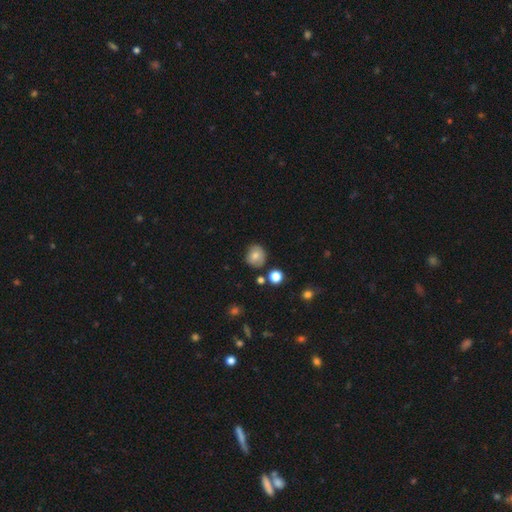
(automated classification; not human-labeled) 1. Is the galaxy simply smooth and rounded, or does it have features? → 79% smooth, 11% featured or disk, 10% star or artifact.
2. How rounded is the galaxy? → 83% round, 16% in between, 1% cigar-shaped.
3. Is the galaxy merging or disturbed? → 80% none, 14% minor disturbance, 4% merger, 3% major disturbance.